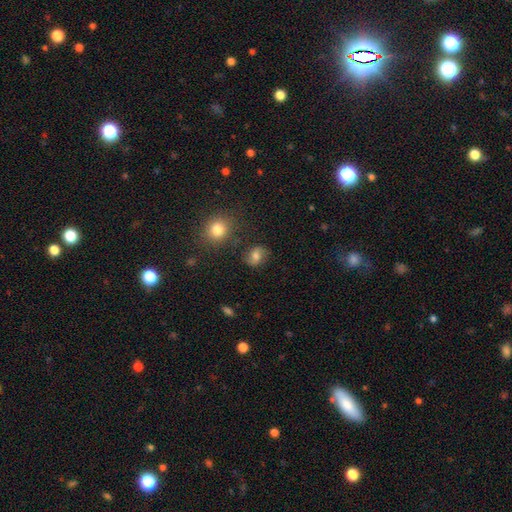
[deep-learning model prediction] A smooth galaxy with no disk features (69%) that is in between round and cigar-shaped (51%). Merging: none (77%).